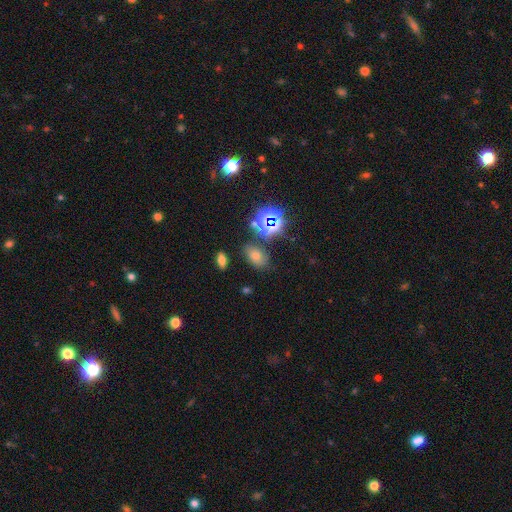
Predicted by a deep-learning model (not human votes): Smooth or featured: smooth — 57% (star or artifact — 32%)
How rounded: in between — 82% (round — 15%)
Merging: none — 79% (minor disturbance — 11%)